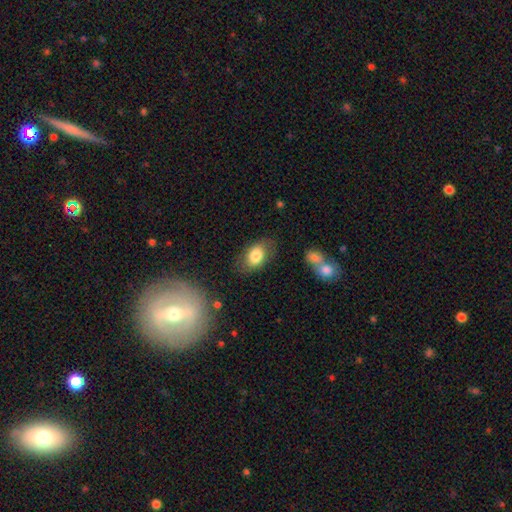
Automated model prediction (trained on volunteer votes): smooth-or-featured: smooth: 80% | featured or disk: 13% | star or artifact: 7%
  how-rounded: in between: 87% | round: 12% | cigar-shaped: 1%
  merging: none: 73% | minor disturbance: 18% | major disturbance: 6% | merger: 3%